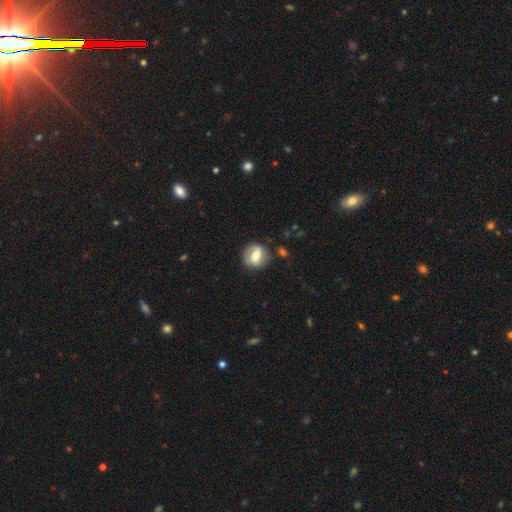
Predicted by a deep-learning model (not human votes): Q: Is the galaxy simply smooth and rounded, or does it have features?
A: featured or disk — 52%.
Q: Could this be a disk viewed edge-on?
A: no — 93%.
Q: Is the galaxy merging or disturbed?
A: none — 79%.